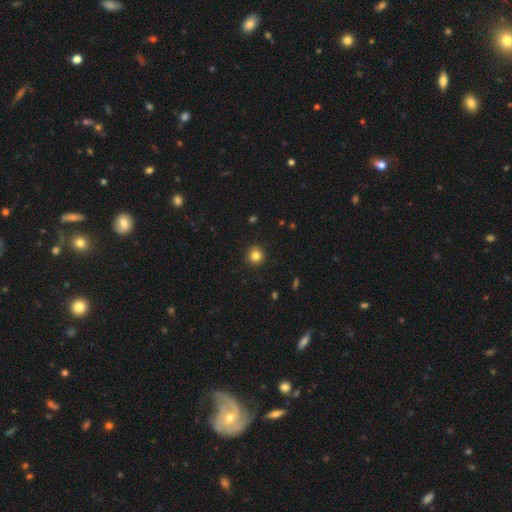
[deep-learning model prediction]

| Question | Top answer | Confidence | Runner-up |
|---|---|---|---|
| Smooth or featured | smooth | 83% | star or artifact (12%) |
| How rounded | round | 93% | in between (6%) |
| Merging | none | 90% | minor disturbance (7%) |